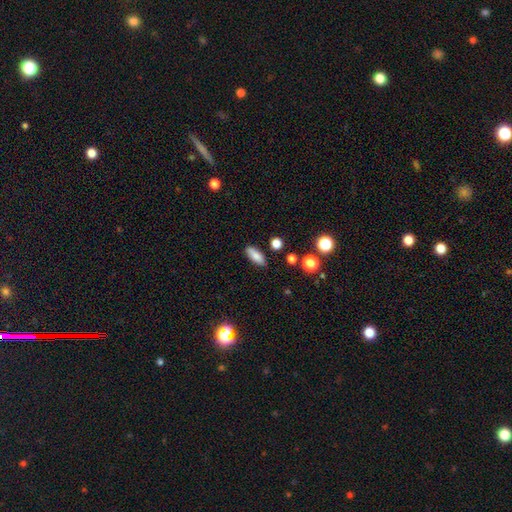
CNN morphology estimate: A smooth galaxy with no disk features (83%) that is in between round and cigar-shaped (72%).

Vote fractions:
- Smooth or featured? smooth: 83% / star or artifact: 9% / featured or disk: 8%
- How rounded? in between: 72% / cigar-shaped: 24% / round: 4%
- Merging? none: 84% / minor disturbance: 11% / major disturbance: 3% / merger: 2%